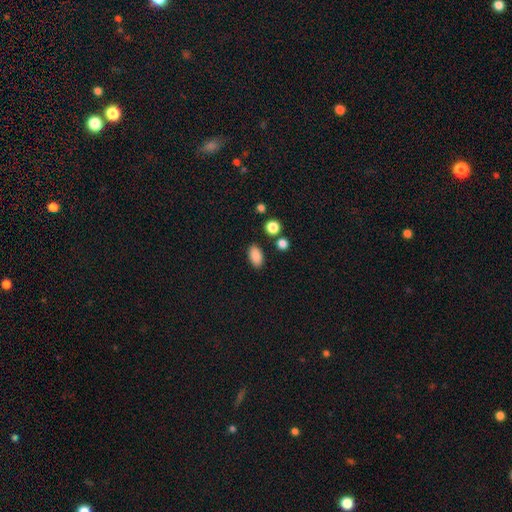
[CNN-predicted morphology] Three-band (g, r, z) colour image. It shows a smooth galaxy with no disk features (87%) that is in between round and cigar-shaped (91%). Merging: none (85%).